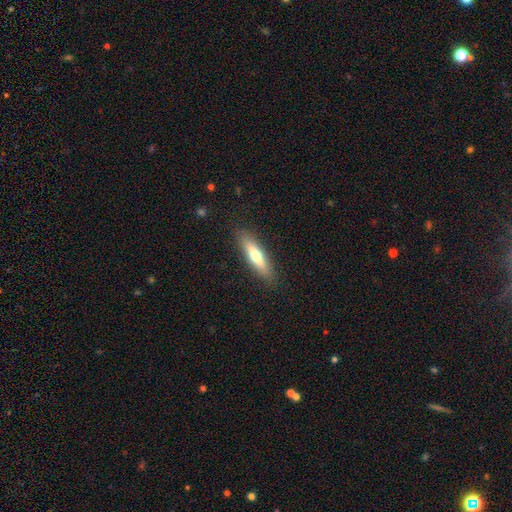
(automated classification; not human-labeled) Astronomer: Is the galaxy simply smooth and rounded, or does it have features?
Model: smooth — 60%.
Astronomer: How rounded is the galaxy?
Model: cigar-shaped — 71%.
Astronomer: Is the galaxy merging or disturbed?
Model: none — 88%.